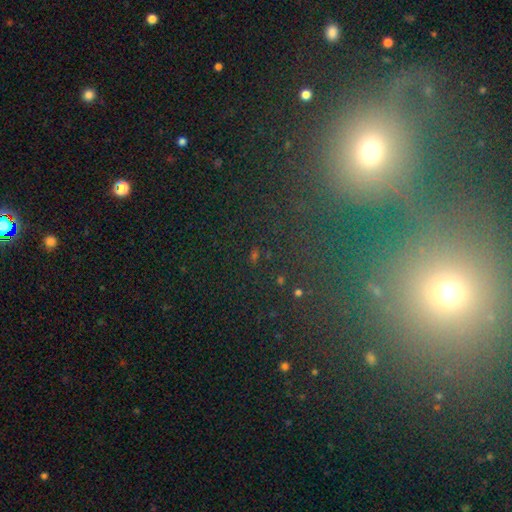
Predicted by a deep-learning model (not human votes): The model was most divided on "smooth or featured": star or artifact: 56%, smooth: 27%, featured or disk: 17%.